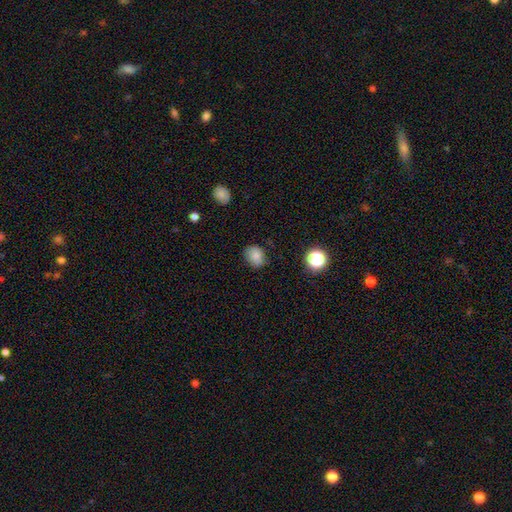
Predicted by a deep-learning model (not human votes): Smooth or featured? smooth (83%)
How rounded? round (54%)
Merging? none (76%)